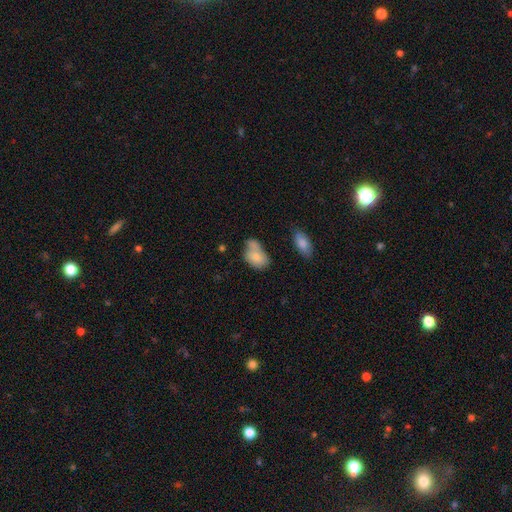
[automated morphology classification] type=smooth (78%); roundness=in between (87%); merging=none (36%).